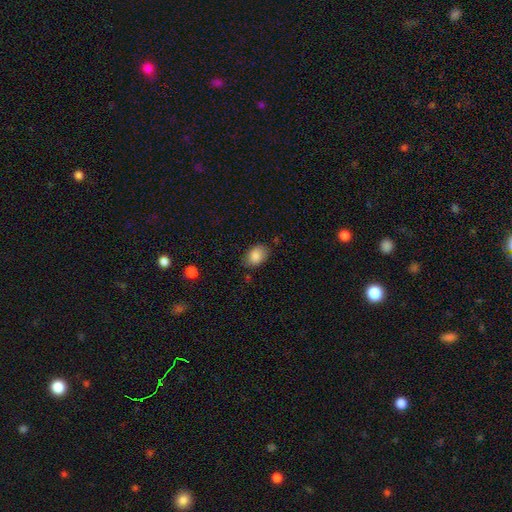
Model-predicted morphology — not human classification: Smooth or featured?
  - smooth: 85% *
  - star or artifact: 8%
  - featured or disk: 7%
How rounded?
  - in between: 79% *
  - round: 20%
  - cigar-shaped: 1%
Merging?
  - none: 72% *
  - minor disturbance: 21%
  - major disturbance: 4%
  - merger: 2%